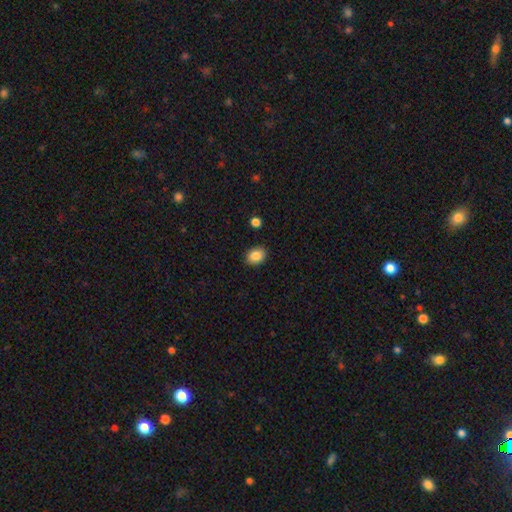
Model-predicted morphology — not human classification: Overall: smooth (86%). How rounded: in between (66%; round 33%). Merging: none (88%).